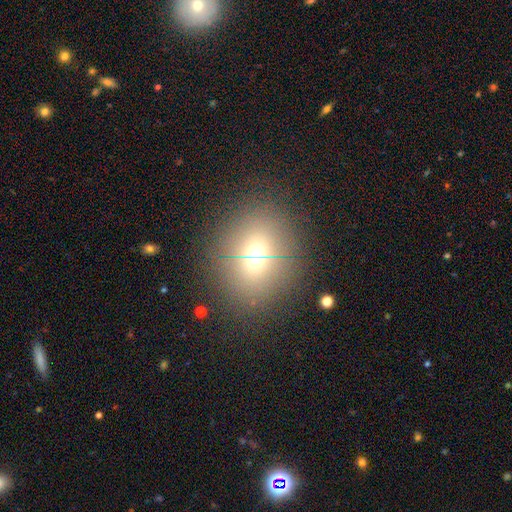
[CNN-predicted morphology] Smooth or featured? smooth (67%)
How rounded? round (71%)
Merging? none (84%)